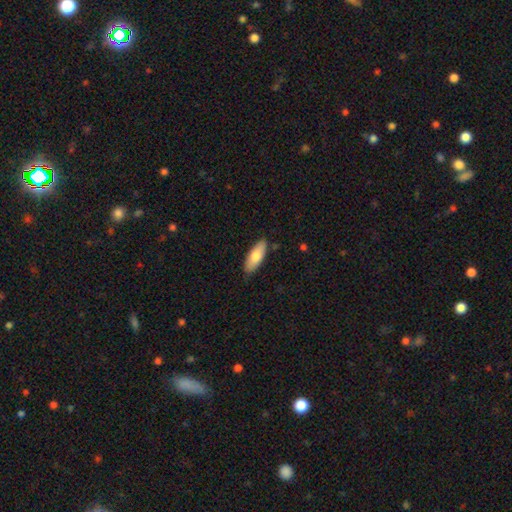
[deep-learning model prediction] This appears to be a smooth galaxy with no disk features (76%) that is in between round and cigar-shaped (74%). Merging: none (85%).